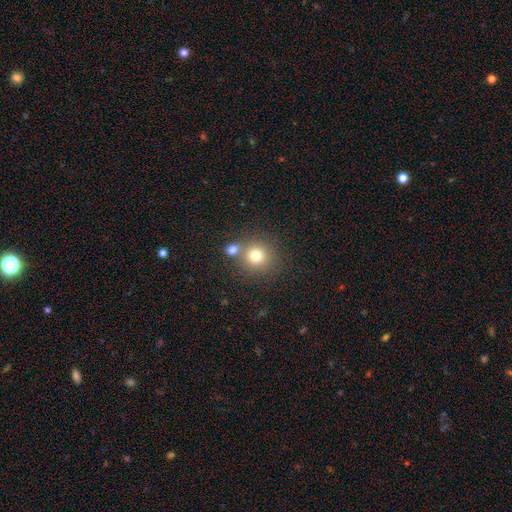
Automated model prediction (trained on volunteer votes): Smooth or featured? Predicted: smooth (p=0.77). How rounded? Predicted: round (p=0.91). Merging? Predicted: none (p=0.65).